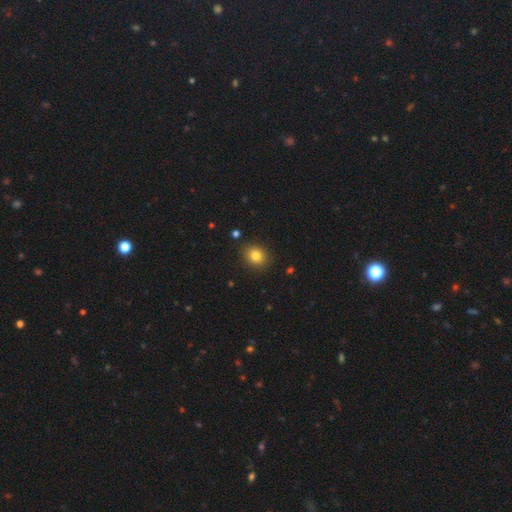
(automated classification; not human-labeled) smooth-or-featured: smooth: 82% | star or artifact: 11% | featured or disk: 6%
  how-rounded: round: 71% | in between: 28% | cigar-shaped: 1%
  merging: none: 89% | minor disturbance: 7% | major disturbance: 2% | merger: 1%